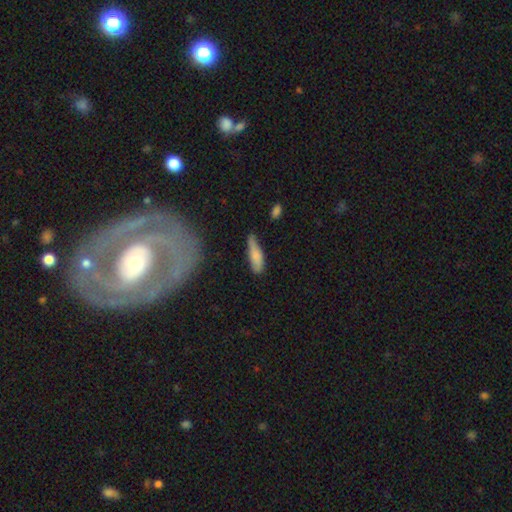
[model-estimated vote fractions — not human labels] smooth-or-featured: smooth: 78% | featured or disk: 16% | star or artifact: 7%
  how-rounded: cigar-shaped: 56% | in between: 42% | round: 2%
  merging: none: 49% | minor disturbance: 37% | major disturbance: 10% | merger: 4%